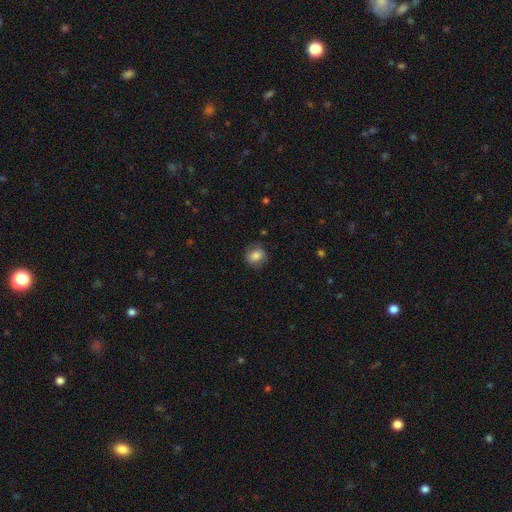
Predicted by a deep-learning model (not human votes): Q: Smooth or featured?
A: smooth (79%); runner-up: featured or disk (12%)
Q: How rounded?
A: round (75%); runner-up: in between (24%)
Q: Merging?
A: none (80%); runner-up: minor disturbance (14%)